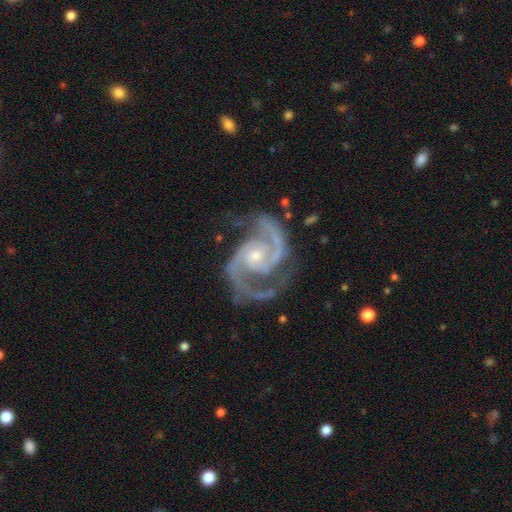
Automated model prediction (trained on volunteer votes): Smooth or featured? featured or disk (94%)
Edge-on disk? no (98%)
Bar? no (62%)
Spiral arms? yes (99%)
Spiral winding? medium (63%)
Spiral arm count? 2 (90%)
Bulge size? small (56%)
Merging? none (73%)